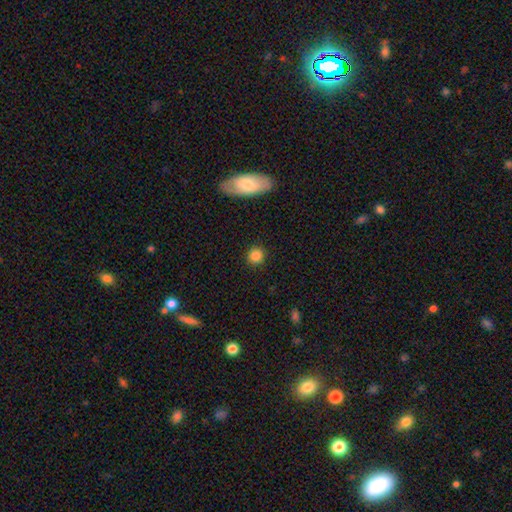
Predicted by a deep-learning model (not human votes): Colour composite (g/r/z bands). It shows a smooth galaxy with no disk features (85%) that is round (92%). Merging: none (90%).